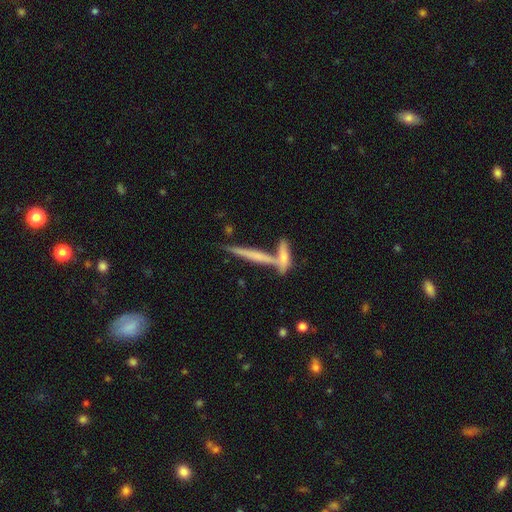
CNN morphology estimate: This is possibly a featured or disk galaxy (53%). It is clearly viewed edge-on (92%). Merging: possibly none (56%).